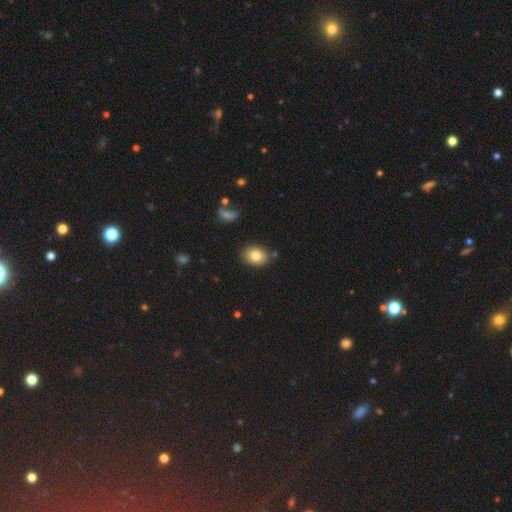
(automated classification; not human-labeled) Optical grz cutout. It shows a smooth galaxy with no disk features (81%) that is in between round and cigar-shaped (71%). Merging: none (83%).